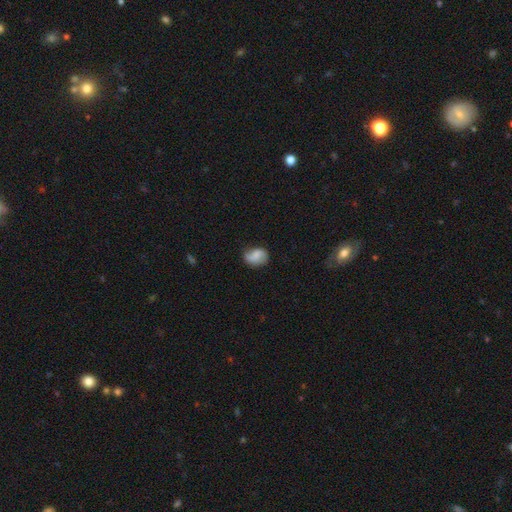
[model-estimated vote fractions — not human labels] smooth-or-featured: smooth: 56% | featured or disk: 36% | star or artifact: 9%
  how-rounded: in between: 70% | round: 29% | cigar-shaped: 2%
  merging: none: 59% | minor disturbance: 28% | major disturbance: 9% | merger: 3%